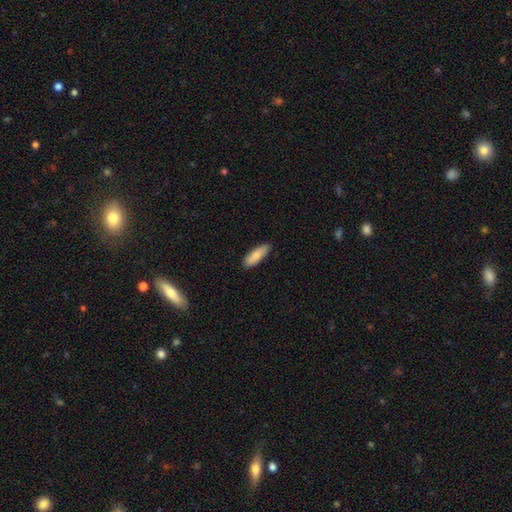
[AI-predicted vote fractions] smooth-or-featured: smooth: 84% | featured or disk: 11% | star or artifact: 6%
  how-rounded: in between: 54% | cigar-shaped: 45% | round: 2%
  merging: none: 85% | minor disturbance: 12% | major disturbance: 2% | merger: 1%